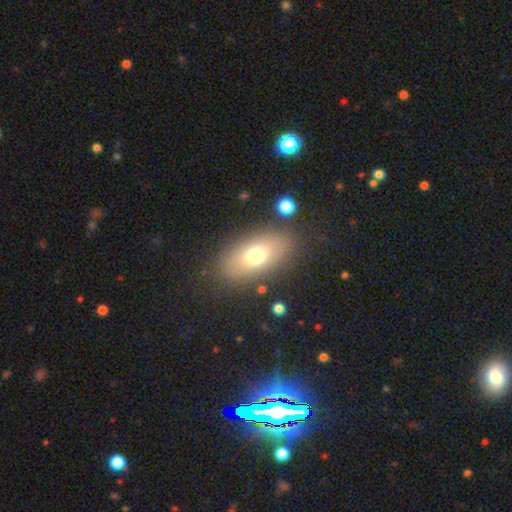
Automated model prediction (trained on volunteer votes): smooth_or_featured: smooth (p=0.71) [alt: featured or disk p=0.19]
how_rounded: in between (p=0.87) [alt: round p=0.08]
merging: none (p=0.82) [alt: minor disturbance p=0.10]